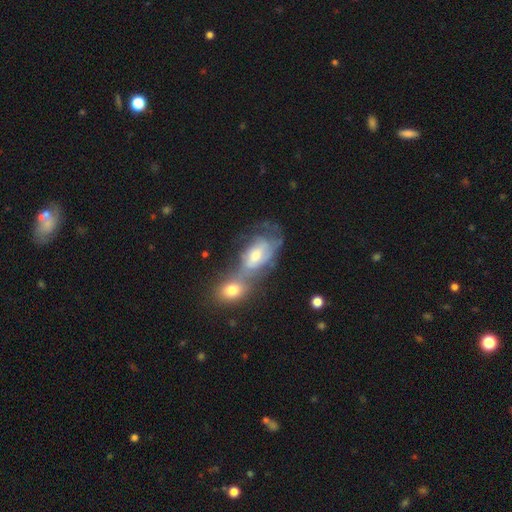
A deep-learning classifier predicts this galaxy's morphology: type=featured or disk (63%); edge-on=no (92%); bar=no (61%); spiral arms=yes (79%); bulge=moderate (52%); merging=merger (57%).